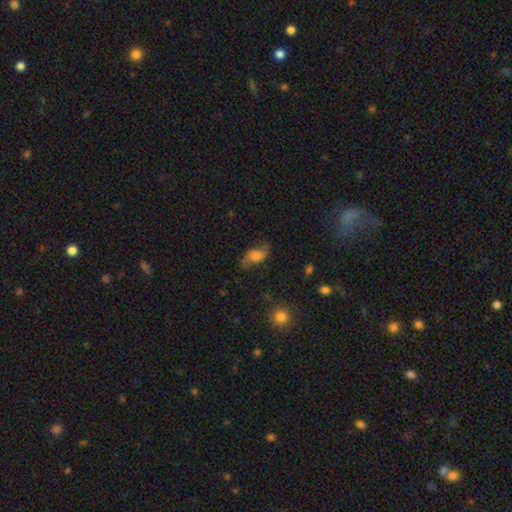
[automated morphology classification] smooth_or_featured: featured or disk (p=0.52) [alt: smooth p=0.38]
disk_edge_on: no (p=0.93) [alt: yes p=0.07]
merging: none (p=0.67) [alt: minor disturbance p=0.21]